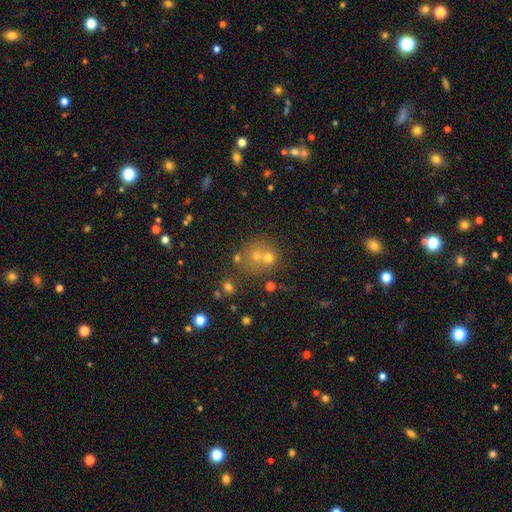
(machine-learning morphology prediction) Smooth or featured? Predicted: smooth (p=0.56). How rounded? Predicted: round (p=0.80). Merging? Predicted: none (p=0.44, tied with merger).